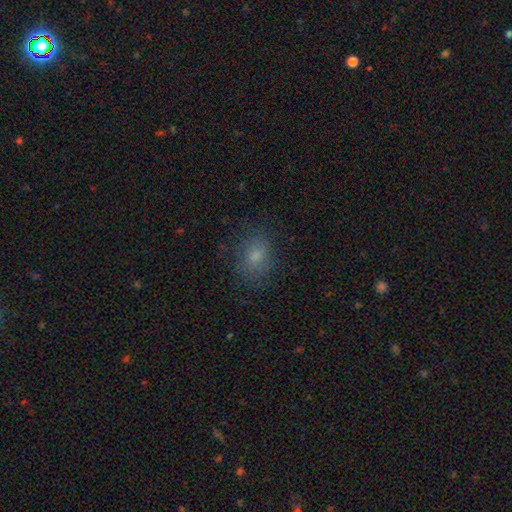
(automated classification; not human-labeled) This is likely a smooth galaxy (73%). How rounded: possibly in between (57%). Merging: likely none (75%).